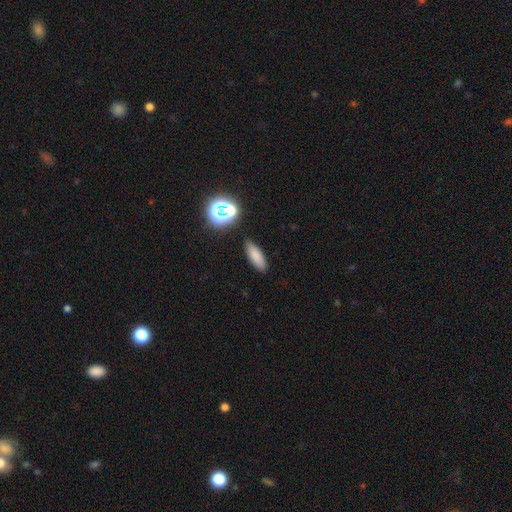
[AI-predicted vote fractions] A smooth galaxy with no disk features (80%) that is in between round and cigar-shaped (63%). Merging: none (87%).